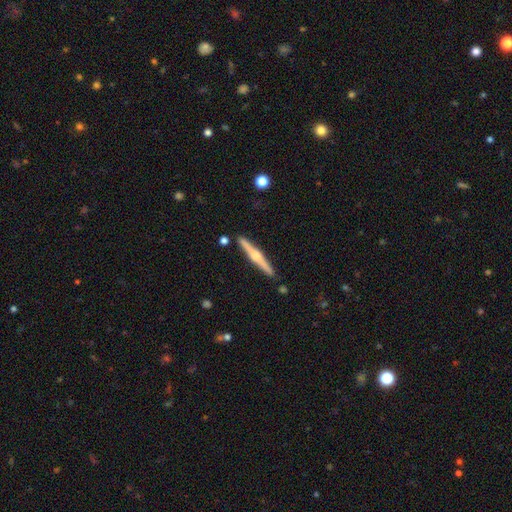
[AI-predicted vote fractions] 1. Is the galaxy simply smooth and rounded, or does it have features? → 73% featured or disk, 22% smooth, 5% star or artifact.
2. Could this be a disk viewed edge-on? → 98% yes, 2% no.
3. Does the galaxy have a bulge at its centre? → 91% rounded, 5% boxy, 4% none.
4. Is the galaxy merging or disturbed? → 90% none, 7% minor disturbance, 2% merger, 1% major disturbance.